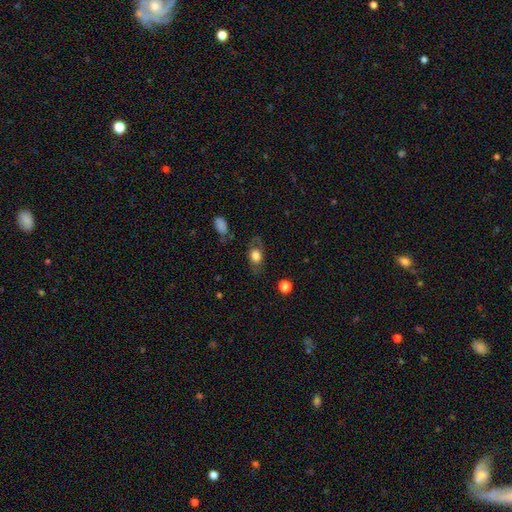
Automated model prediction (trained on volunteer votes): Smooth or featured? Predicted: smooth (p=0.66). How rounded? Predicted: in between (p=0.76). Merging? Predicted: none (p=0.70).